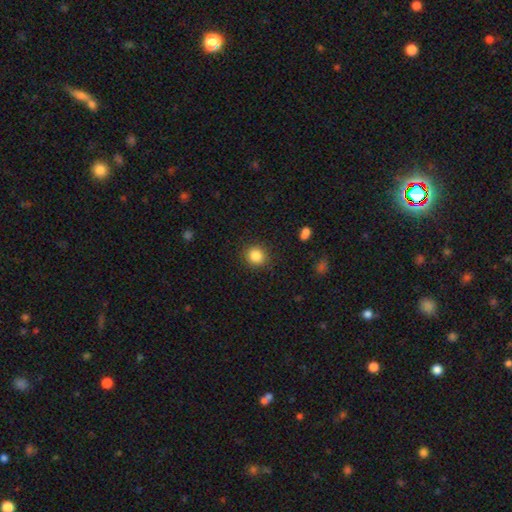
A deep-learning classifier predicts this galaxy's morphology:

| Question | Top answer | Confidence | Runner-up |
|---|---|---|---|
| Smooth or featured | smooth | 85% | star or artifact (10%) |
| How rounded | round | 86% | in between (13%) |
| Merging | none | 88% | minor disturbance (8%) |